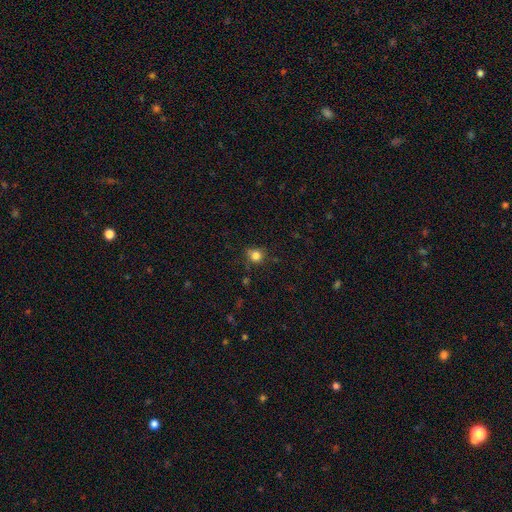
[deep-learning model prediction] The model was most divided on "merging": none: 76%, minor disturbance: 17%, major disturbance: 4%, merger: 3%. More confident: how rounded — round (86%); smooth or featured — smooth (81%).